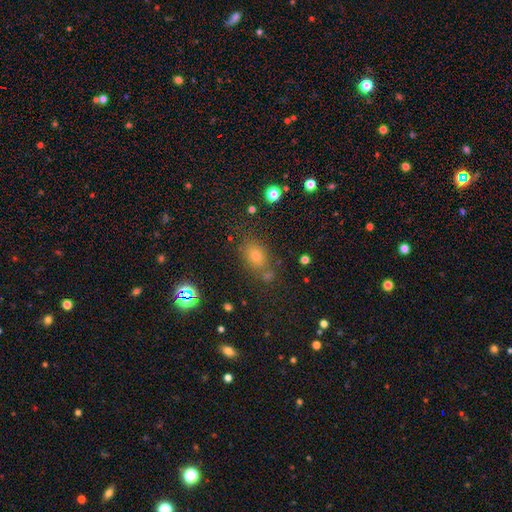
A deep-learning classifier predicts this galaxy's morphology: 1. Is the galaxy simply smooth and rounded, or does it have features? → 64% smooth, 25% star or artifact, 11% featured or disk.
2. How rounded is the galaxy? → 68% in between, 30% round, 2% cigar-shaped.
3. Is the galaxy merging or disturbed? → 71% none, 13% minor disturbance, 11% merger, 5% major disturbance.